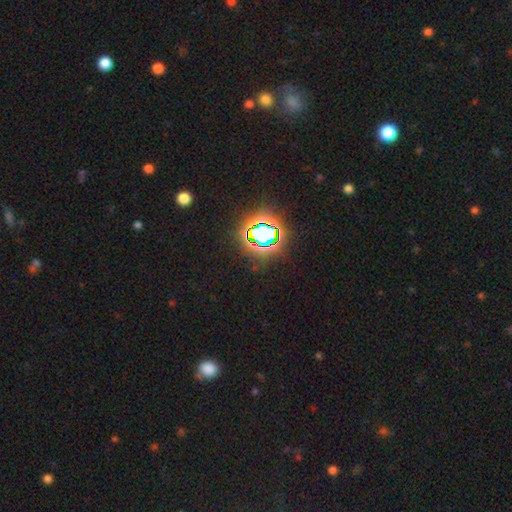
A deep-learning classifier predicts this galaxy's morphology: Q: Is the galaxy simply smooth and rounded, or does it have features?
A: star or artifact — 82%.